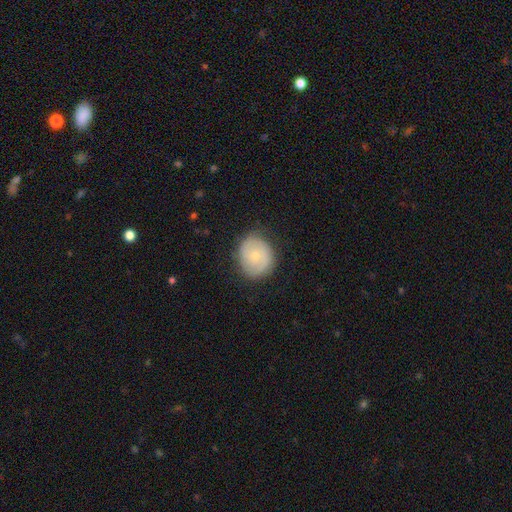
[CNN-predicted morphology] type=featured or disk (52%); edge-on=no (97%); bar=no (75%); spiral arms=yes (77%); bulge=small (67%); merging=none (78%).